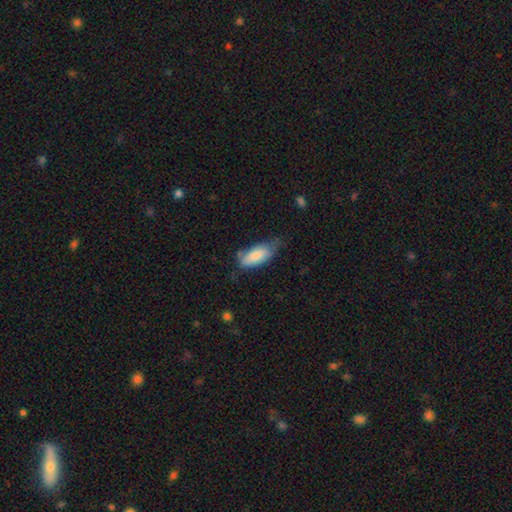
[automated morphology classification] Q: Smooth or featured?
A: smooth (78%); runner-up: featured or disk (16%)
Q: How rounded?
A: in between (84%); runner-up: cigar-shaped (14%)
Q: Merging?
A: none (48%); runner-up: minor disturbance (38%)